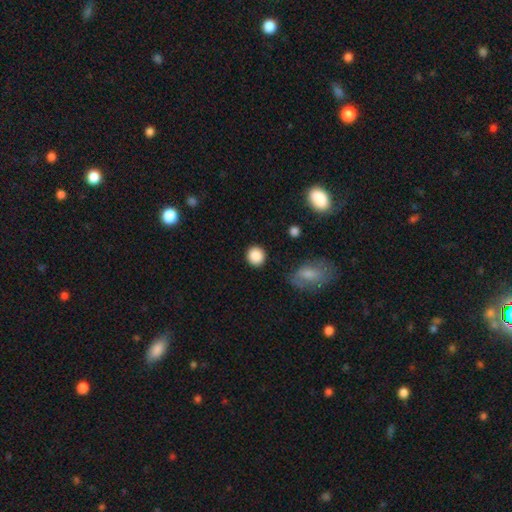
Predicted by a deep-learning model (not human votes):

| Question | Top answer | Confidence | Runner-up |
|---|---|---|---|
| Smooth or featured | smooth | 88% | star or artifact (8%) |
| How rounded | round | 87% | in between (12%) |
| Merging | none | 87% | minor disturbance (8%) |